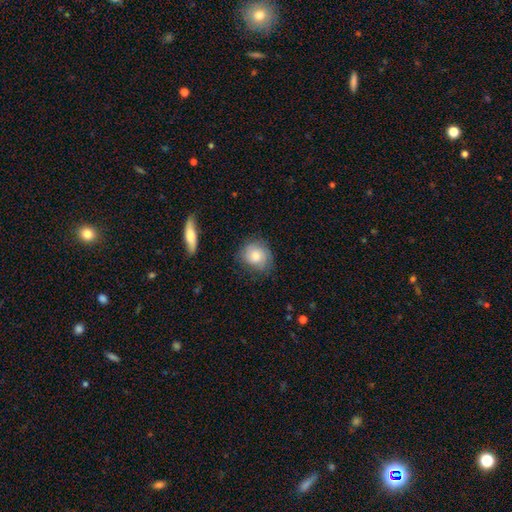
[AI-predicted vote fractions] A smooth galaxy with no disk features (70%) that is round (76%). Merging: none (72%).